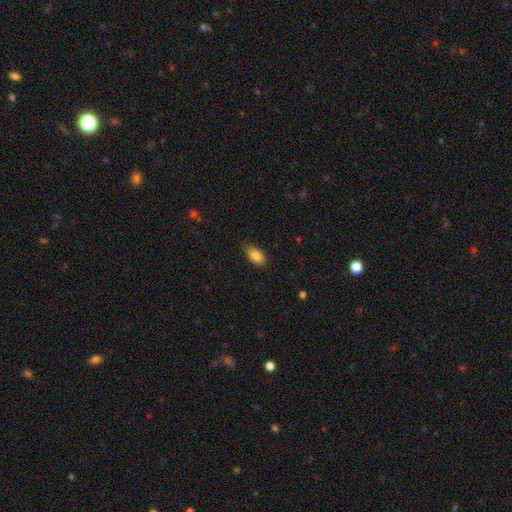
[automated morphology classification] The model was most divided on "merging": none: 80%, minor disturbance: 16%, major disturbance: 3%, merger: 1%. More confident: how rounded — in between (90%); smooth or featured — smooth (83%).